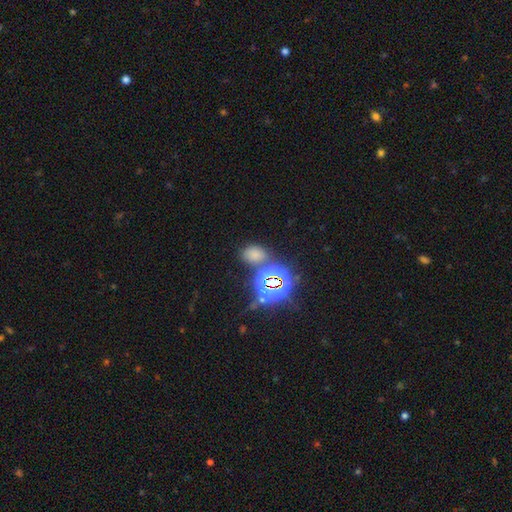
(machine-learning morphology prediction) Smooth or featured: smooth — 55% (star or artifact — 38%)
How rounded: in between — 69% (round — 29%)
Merging: none — 66% (minor disturbance — 14%)